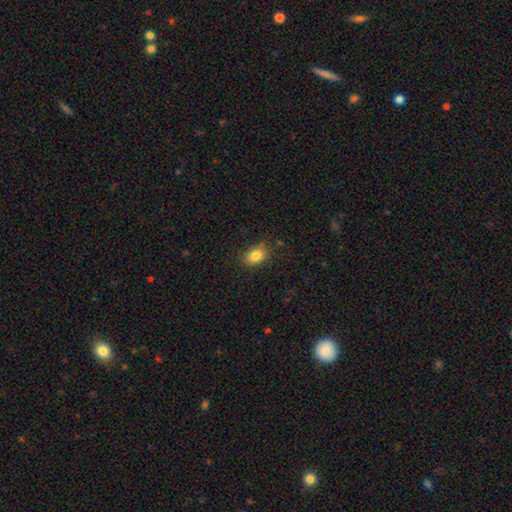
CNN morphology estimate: Overall: smooth (83%). How rounded: in between (74%). Merging: none (83%).